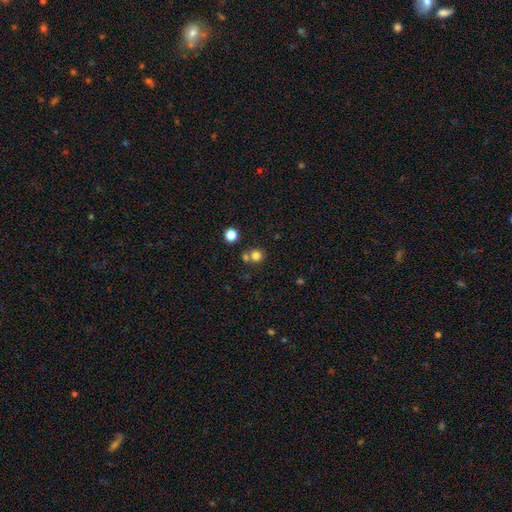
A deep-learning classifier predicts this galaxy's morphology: Q: Smooth or featured?
A: smooth (79%); runner-up: star or artifact (14%)
Q: How rounded?
A: round (90%); runner-up: in between (9%)
Q: Merging?
A: none (63%); runner-up: merger (28%)